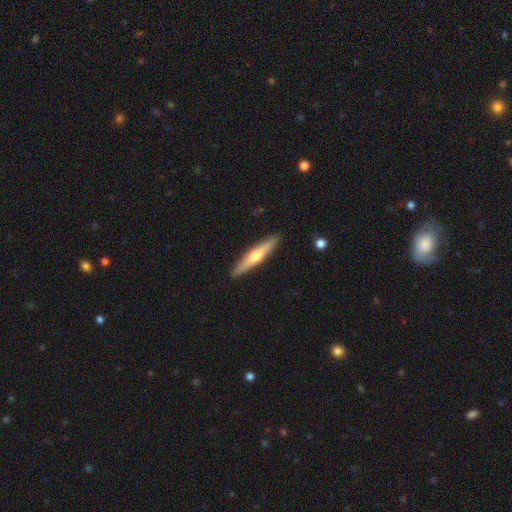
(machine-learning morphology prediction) This is possibly a featured or disk galaxy (50%). It is clearly viewed edge-on (94%). Merging: clearly none (91%).